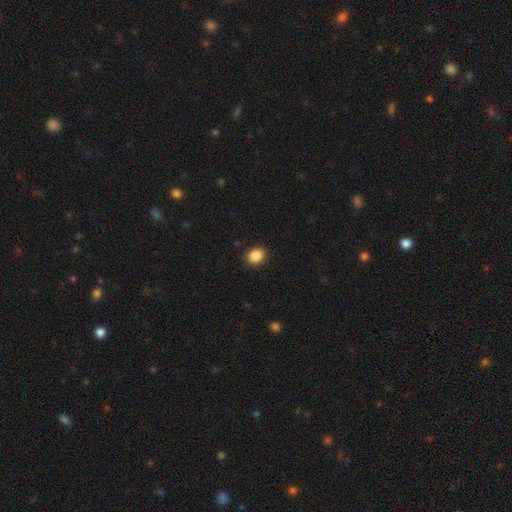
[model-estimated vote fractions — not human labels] smooth 88%, star or artifact 9%, featured or disk 3%. Down the decision tree: how rounded — round (58%); merging — none (90%).